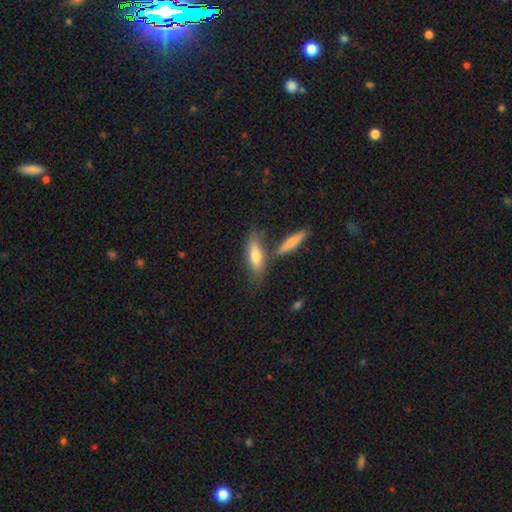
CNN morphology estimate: type=smooth (70%); roundness=in between (57%); merging=none (61%).